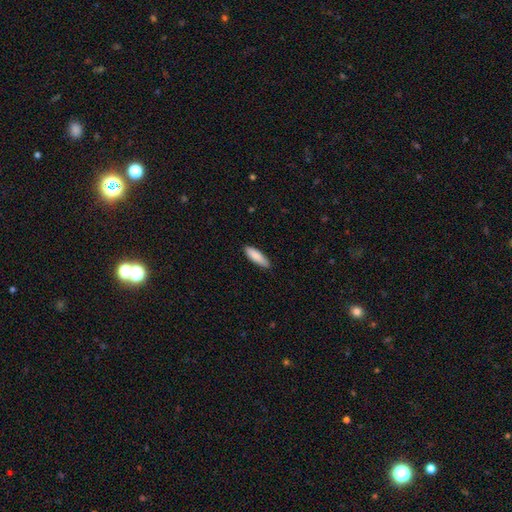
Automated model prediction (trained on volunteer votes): A smooth galaxy with no disk features (87%) that is cigar-shaped (54%).

Vote fractions:
- Smooth or featured? smooth: 87% / featured or disk: 8% / star or artifact: 5%
- How rounded? cigar-shaped: 54% / in between: 45% / round: 1%
- Merging? none: 87% / minor disturbance: 11% / major disturbance: 2% / merger: 1%